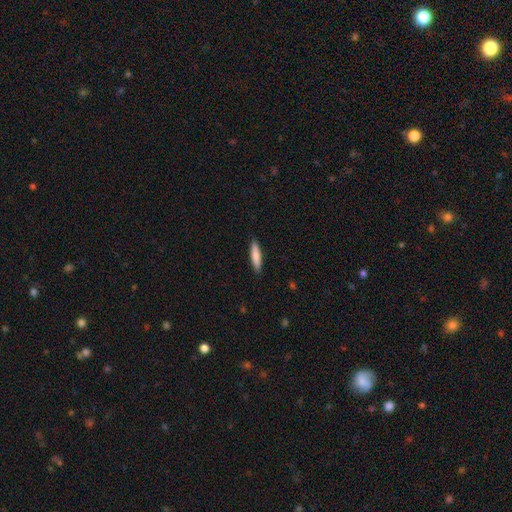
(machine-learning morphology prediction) smooth_or_featured: smooth (p=0.82) [alt: featured or disk p=0.13]
how_rounded: cigar-shaped (p=0.81) [alt: in between p=0.18]
merging: none (p=0.90) [alt: minor disturbance p=0.07]